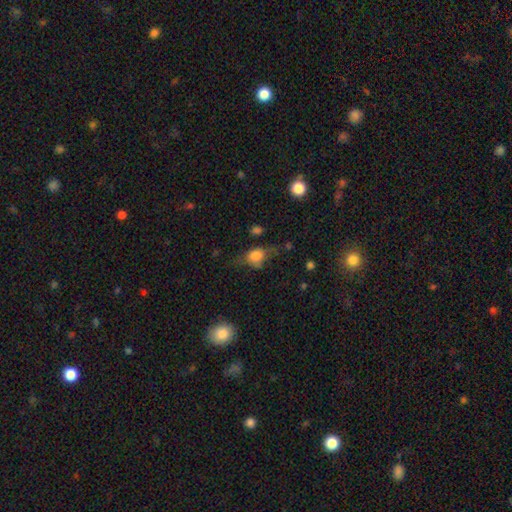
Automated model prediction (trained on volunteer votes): Smooth or featured? smooth (70%)
How rounded? in between (60%)
Merging? none (41%)